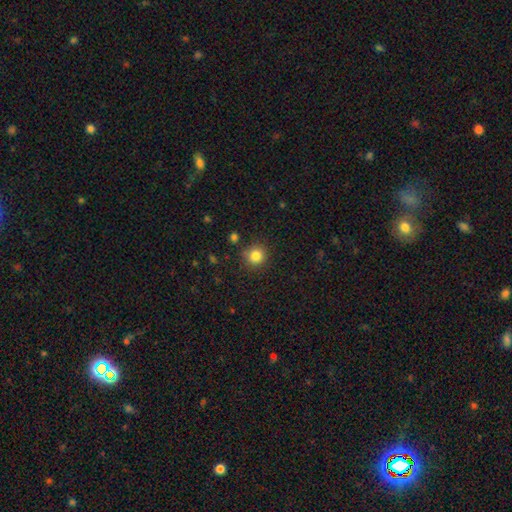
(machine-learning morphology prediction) Smooth or featured? Predicted: smooth (p=0.83). How rounded? Predicted: round (p=0.92). Merging? Predicted: none (p=0.85).